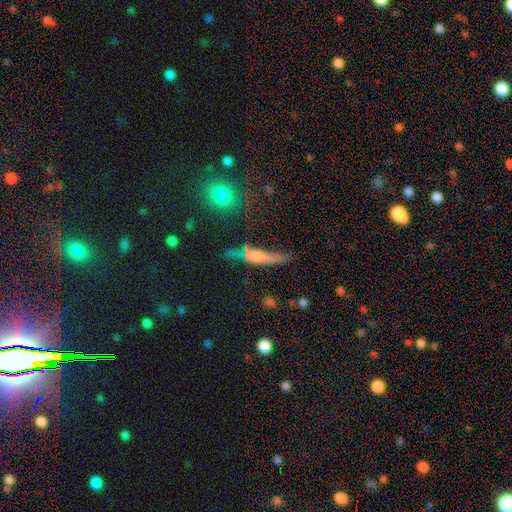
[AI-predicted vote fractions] The model was most divided on "smooth or featured": featured or disk: 44%, smooth: 42%, star or artifact: 14%. More confident: merging — none (60%).